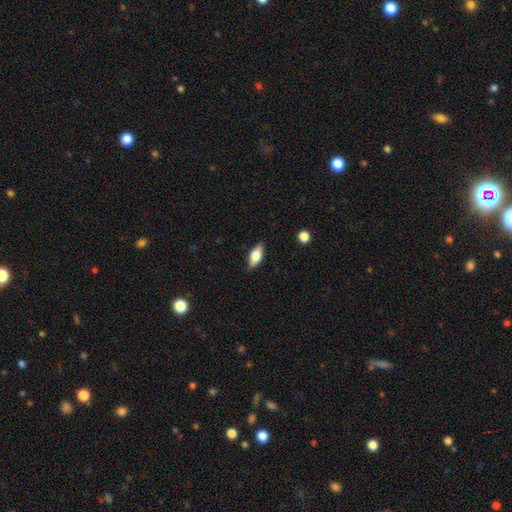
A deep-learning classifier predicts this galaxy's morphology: smooth_or_featured: smooth (p=0.62) [alt: featured or disk p=0.31]
how_rounded: in between (p=0.79) [alt: cigar-shaped p=0.17]
merging: none (p=0.84) [alt: minor disturbance p=0.12]